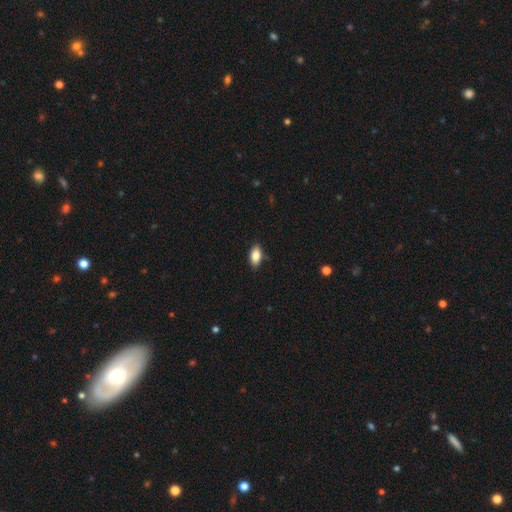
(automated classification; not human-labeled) Smooth or featured? Predicted: smooth (p=0.83). How rounded? Predicted: in between (p=0.90). Merging? Predicted: none (p=0.84).